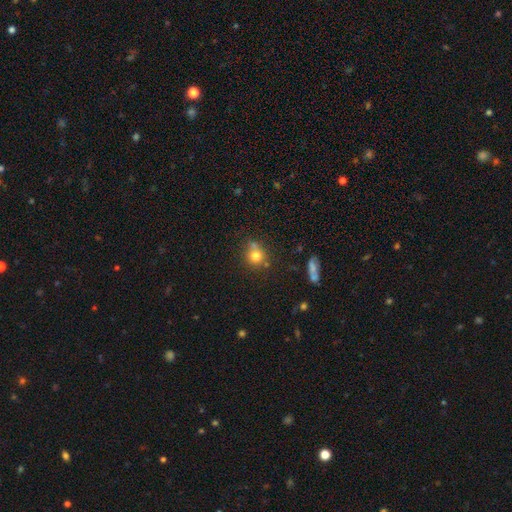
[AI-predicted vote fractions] smooth_or_featured: smooth (p=0.76) [alt: star or artifact p=0.13]
how_rounded: round (p=0.87) [alt: in between p=0.12]
merging: none (p=0.61) [alt: merger p=0.19]